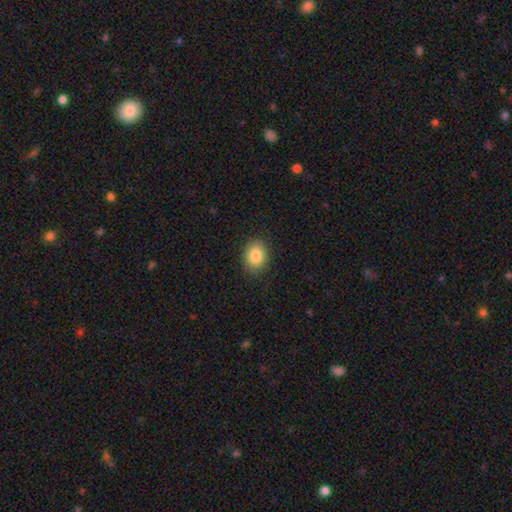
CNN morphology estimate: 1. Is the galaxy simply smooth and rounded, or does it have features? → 85% smooth, 8% star or artifact, 7% featured or disk.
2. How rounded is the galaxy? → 67% in between, 32% round, 1% cigar-shaped.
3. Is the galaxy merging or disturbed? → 86% none, 11% minor disturbance, 3% major disturbance, 1% merger.